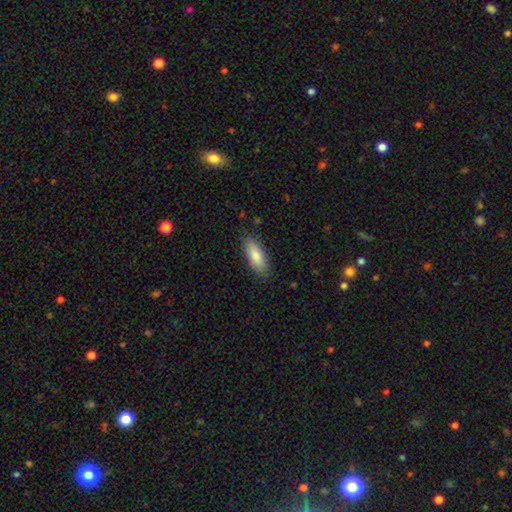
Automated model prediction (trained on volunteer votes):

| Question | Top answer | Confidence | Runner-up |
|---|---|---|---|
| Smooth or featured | smooth | 85% | featured or disk (9%) |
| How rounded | in between | 74% | cigar-shaped (24%) |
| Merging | none | 85% | minor disturbance (11%) |